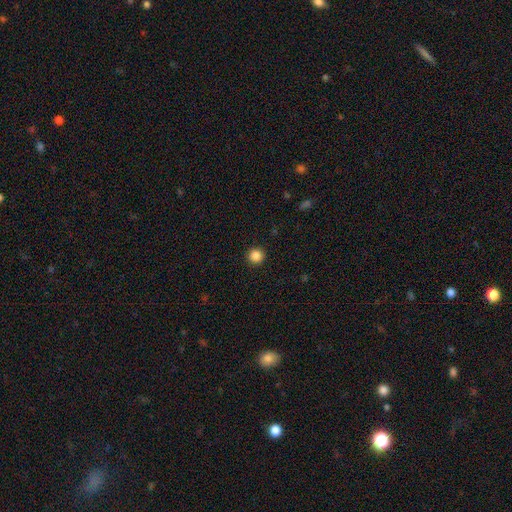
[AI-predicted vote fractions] Smooth or featured? smooth (86%)
How rounded? round (95%)
Merging? none (93%)